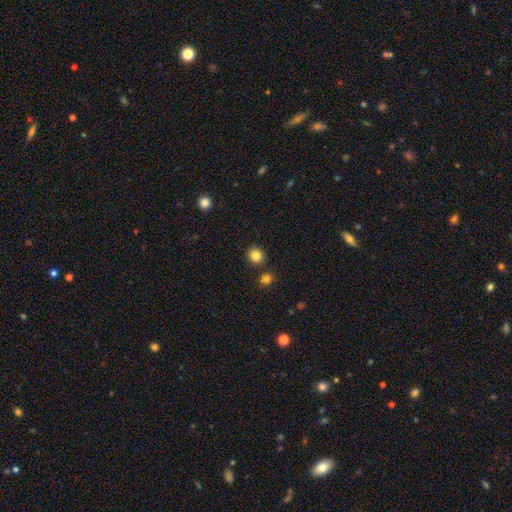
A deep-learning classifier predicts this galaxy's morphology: Overall: smooth (84%). How rounded: round (86%). Merging: none (86%).